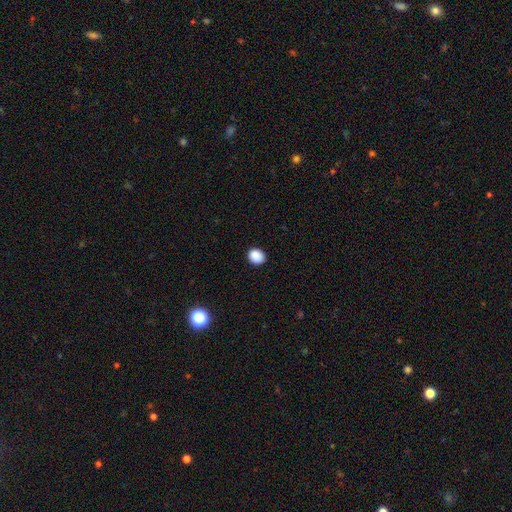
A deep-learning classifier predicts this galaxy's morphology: type=smooth (89%); roundness=round (66%); merging=none (89%).